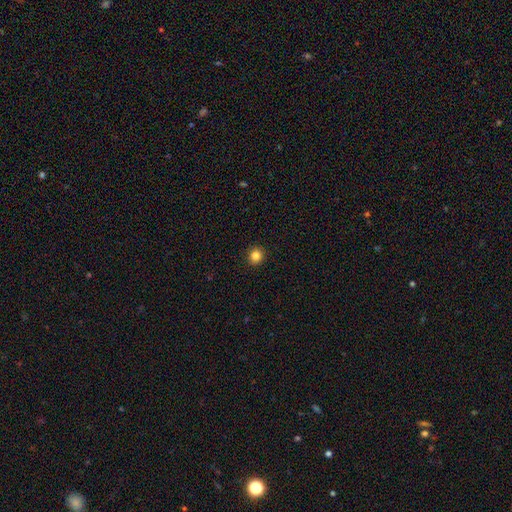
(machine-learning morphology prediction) type=smooth (83%); roundness=round (92%); merging=none (93%).